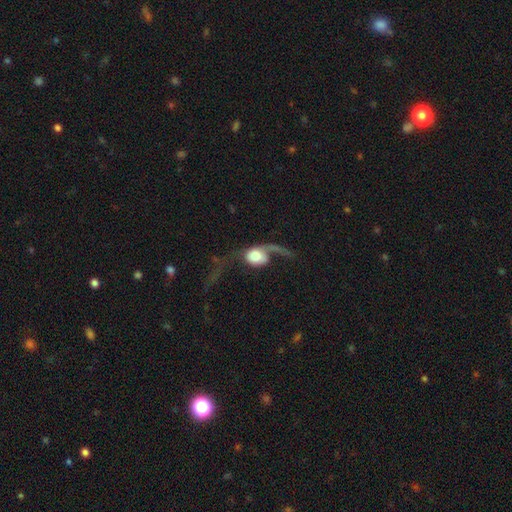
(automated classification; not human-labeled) Smooth or featured?
  - smooth: 46% * (tied)
  - featured or disk: 46% * (tied)
  - star or artifact: 8%
Merging?
  - major disturbance: 60% *
  - none: 19%
  - minor disturbance: 12%
  - merger: 9%